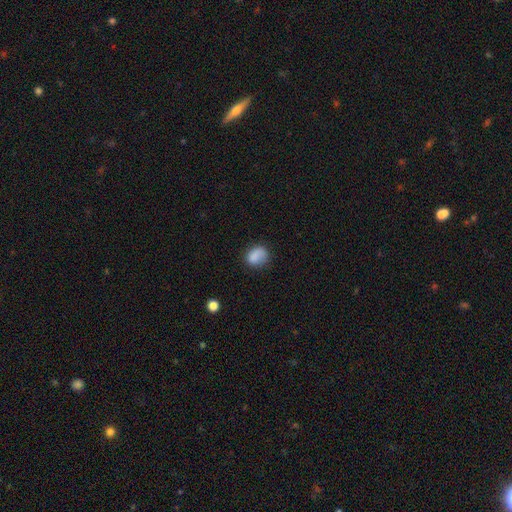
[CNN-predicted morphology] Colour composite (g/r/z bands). It shows a smooth galaxy with no disk features (84%) that is in between round and cigar-shaped (53%). Merging: none (68%).